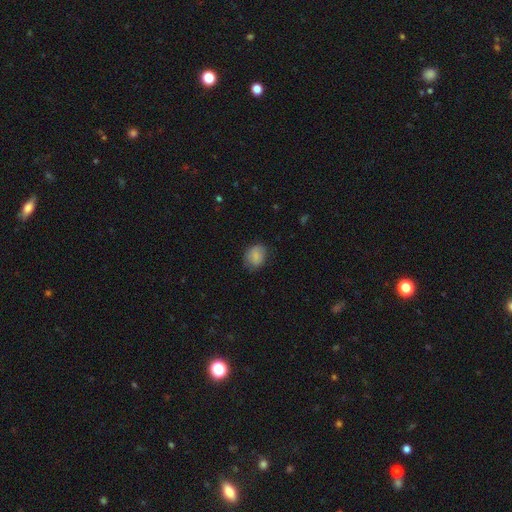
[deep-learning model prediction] Smooth or featured? Predicted: smooth (p=0.83). How rounded? Predicted: in between (p=0.54). Merging? Predicted: none (p=0.74).